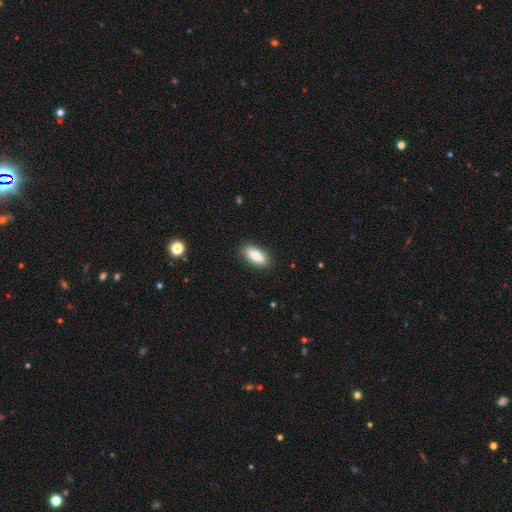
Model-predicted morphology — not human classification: Q: Smooth or featured?
A: smooth (81%); runner-up: featured or disk (12%)
Q: How rounded?
A: in between (84%); runner-up: cigar-shaped (13%)
Q: Merging?
A: none (88%); runner-up: minor disturbance (9%)